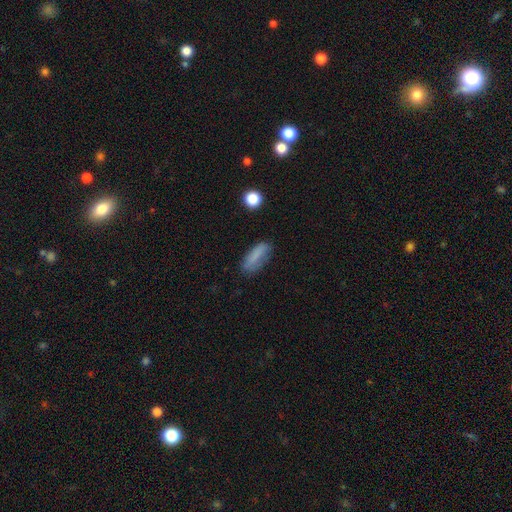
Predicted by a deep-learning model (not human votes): Smooth or featured? Predicted: smooth (p=0.79). How rounded? Predicted: in between (p=0.60). Merging? Predicted: none (p=0.68).